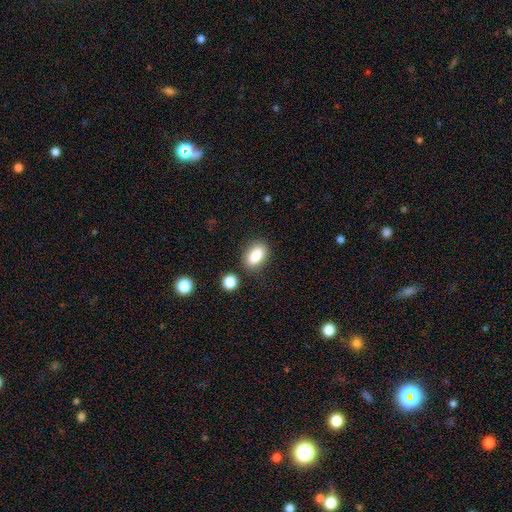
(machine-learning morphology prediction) smooth-or-featured: smooth: 87% | star or artifact: 8% | featured or disk: 5%
  how-rounded: in between: 87% | round: 10% | cigar-shaped: 3%
  merging: none: 78% | minor disturbance: 13% | merger: 5% | major disturbance: 4%